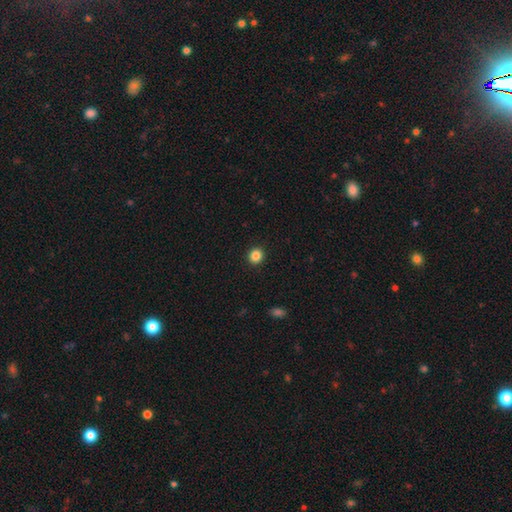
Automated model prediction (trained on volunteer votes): A smooth galaxy with no disk features (86%) that is round (88%). Merging: none (93%).